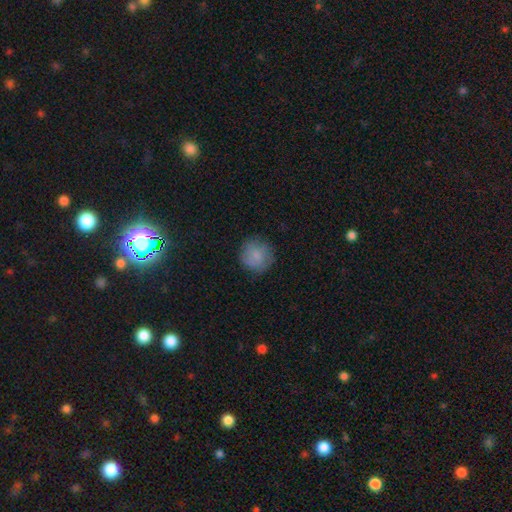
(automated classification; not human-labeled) A smooth galaxy with no disk features (82%) that is round (92%).

Vote fractions:
- Smooth or featured? smooth: 82% / featured or disk: 10% / star or artifact: 8%
- How rounded? round: 92% / in between: 7% / cigar-shaped: 1%
- Merging? none: 81% / minor disturbance: 14% / major disturbance: 4% / merger: 1%